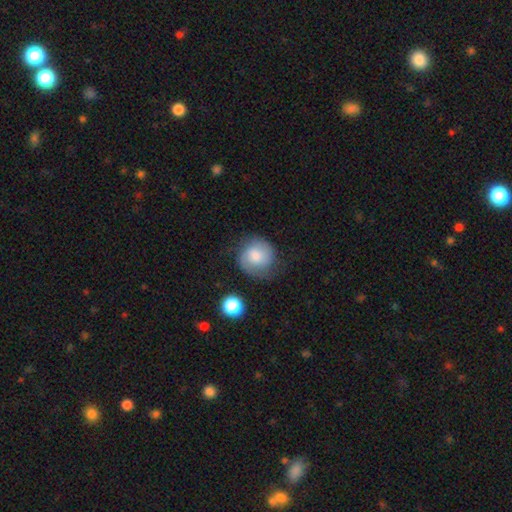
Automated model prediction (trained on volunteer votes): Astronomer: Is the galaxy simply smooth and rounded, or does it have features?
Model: smooth — 56% (runner-up: featured or disk, 35%).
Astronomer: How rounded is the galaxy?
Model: round — 86%.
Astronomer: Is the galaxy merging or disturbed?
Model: none — 71%.